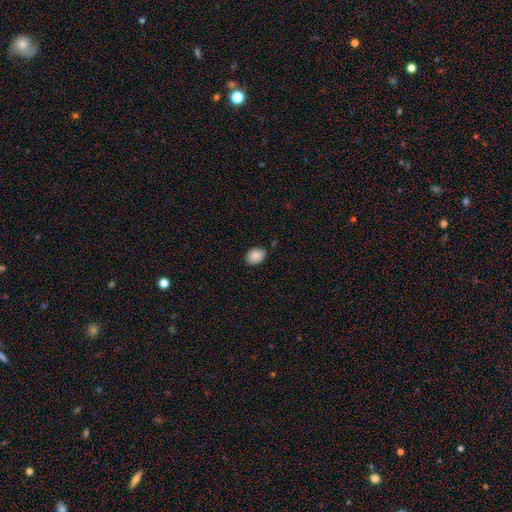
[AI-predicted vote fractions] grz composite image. It shows a smooth galaxy with no disk features (88%) that is in between round and cigar-shaped (69%). Merging: none (79%).